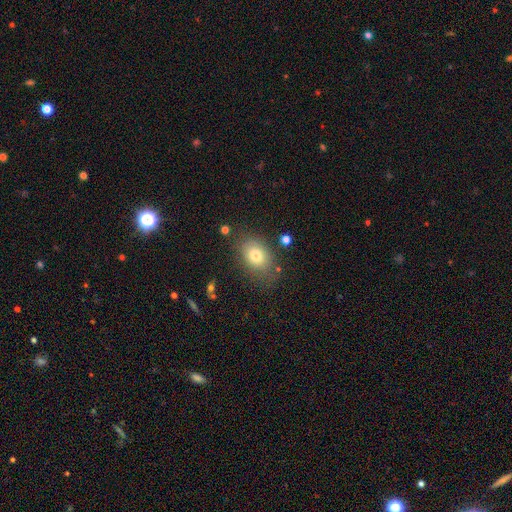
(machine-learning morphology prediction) A smooth galaxy with no disk features (76%) that is in between round and cigar-shaped (76%). Merging: none (74%).